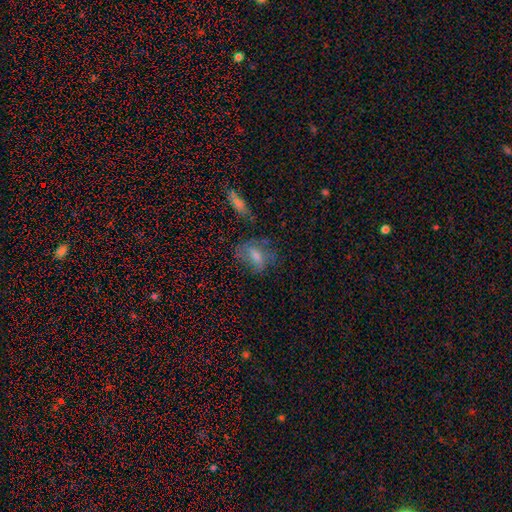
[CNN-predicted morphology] Smooth or featured? smooth (50%)
How rounded? in between (66%)
Merging? none (57%)